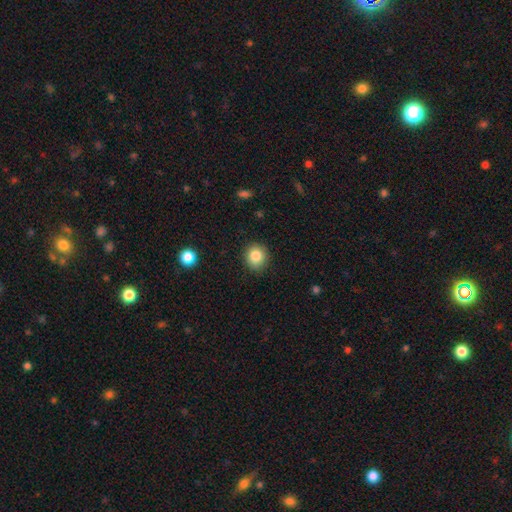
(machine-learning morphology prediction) A smooth galaxy with no disk features (84%) that is round (83%).

Vote fractions:
- Smooth or featured? smooth: 84% / star or artifact: 10% / featured or disk: 6%
- How rounded? round: 83% / in between: 16% / cigar-shaped: 1%
- Merging? none: 89% / minor disturbance: 8% / major disturbance: 2% / merger: 1%